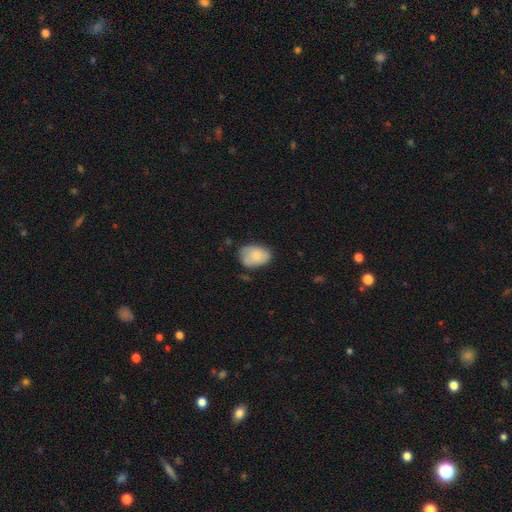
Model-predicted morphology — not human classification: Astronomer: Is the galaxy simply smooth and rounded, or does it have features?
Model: smooth — 79%.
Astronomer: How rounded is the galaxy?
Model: in between — 81%.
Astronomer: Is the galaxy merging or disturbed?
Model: none — 57%.